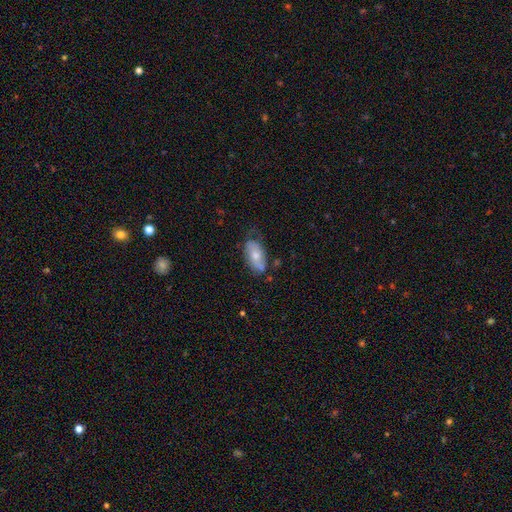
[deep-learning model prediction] smooth 61%, featured or disk 33%, star or artifact 7%. Down the decision tree: how rounded — in between (91%); merging — none (55%).